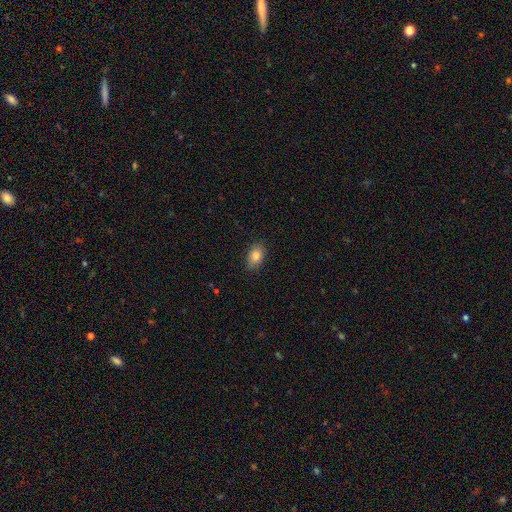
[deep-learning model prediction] Q: Smooth or featured?
A: smooth (83%); runner-up: featured or disk (9%)
Q: How rounded?
A: in between (85%); runner-up: round (13%)
Q: Merging?
A: none (85%); runner-up: minor disturbance (12%)